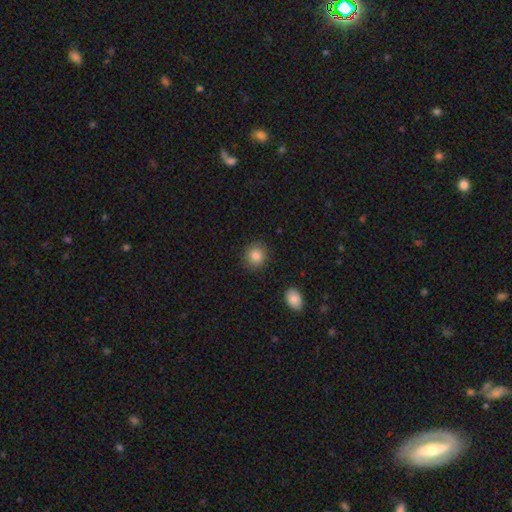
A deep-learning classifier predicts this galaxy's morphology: This is clearly a smooth galaxy (86%). How rounded: clearly round (85%). Merging: clearly none (89%).